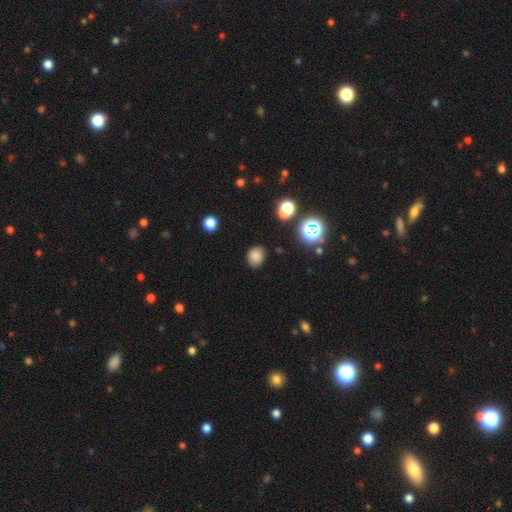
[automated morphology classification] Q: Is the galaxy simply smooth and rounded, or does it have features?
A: smooth — 80%.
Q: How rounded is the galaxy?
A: round — 62%.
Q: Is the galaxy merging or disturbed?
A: none — 84%.